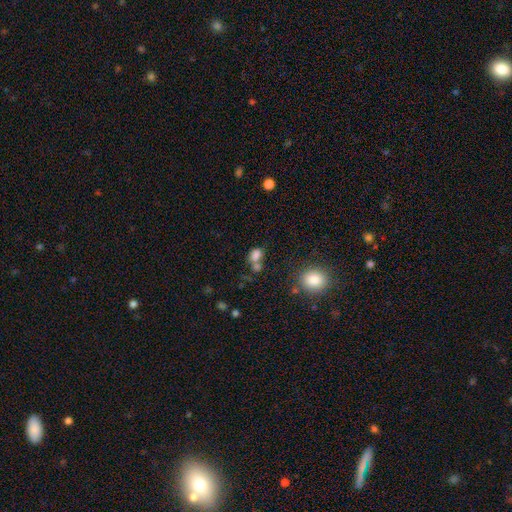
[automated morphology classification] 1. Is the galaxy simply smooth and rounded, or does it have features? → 77% smooth, 14% star or artifact, 9% featured or disk.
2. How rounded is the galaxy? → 65% in between, 33% round, 2% cigar-shaped.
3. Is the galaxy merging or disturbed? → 42% merger, 38% none, 12% minor disturbance, 8% major disturbance.